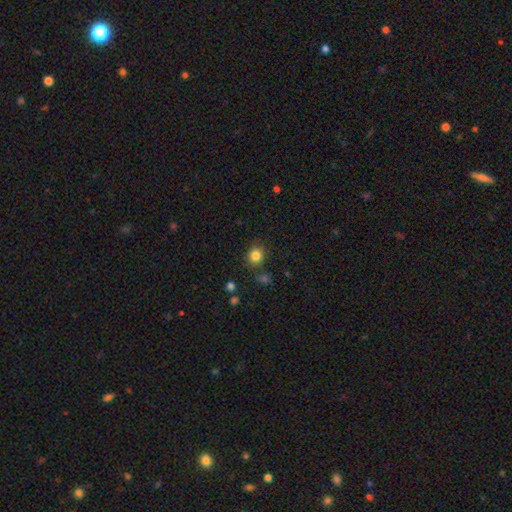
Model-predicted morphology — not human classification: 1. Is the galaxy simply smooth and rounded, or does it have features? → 83% smooth, 12% star or artifact, 5% featured or disk.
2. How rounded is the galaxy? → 80% round, 19% in between, 1% cigar-shaped.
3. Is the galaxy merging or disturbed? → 83% none, 10% minor disturbance, 4% merger, 3% major disturbance.